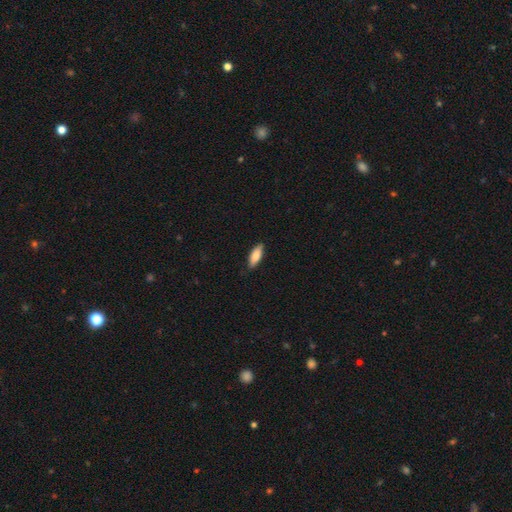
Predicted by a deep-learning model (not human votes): This is clearly a smooth galaxy (83%). How rounded: likely in between (71%). Merging: clearly none (82%).